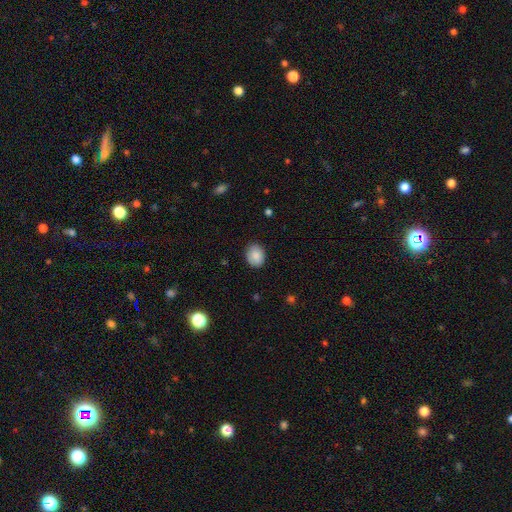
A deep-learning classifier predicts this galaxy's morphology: smooth_or_featured: smooth (p=0.87) [alt: star or artifact p=0.07]
how_rounded: in between (p=0.52) [alt: round p=0.47]
merging: none (p=0.85) [alt: minor disturbance p=0.12]